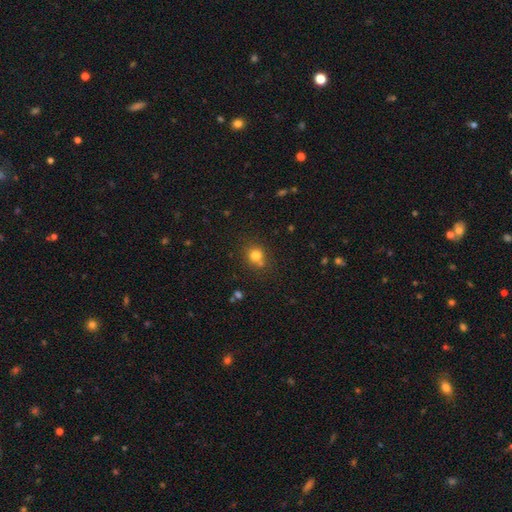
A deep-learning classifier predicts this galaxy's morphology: This appears to be a smooth galaxy with no disk features (78%) that is round (82%). Merging: none (67%).